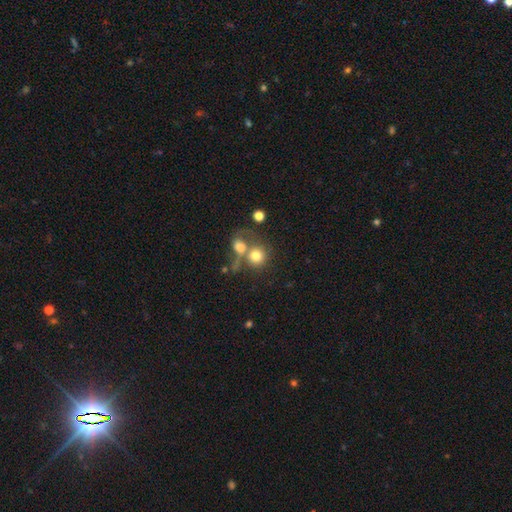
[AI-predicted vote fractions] A smooth galaxy with no disk features (73%) that is round (82%).

Vote fractions:
- Smooth or featured? smooth: 73% / featured or disk: 17% / star or artifact: 10%
- How rounded? round: 82% / in between: 16% / cigar-shaped: 1%
- Merging? merger: 53% / none: 31% / major disturbance: 8% / minor disturbance: 8%